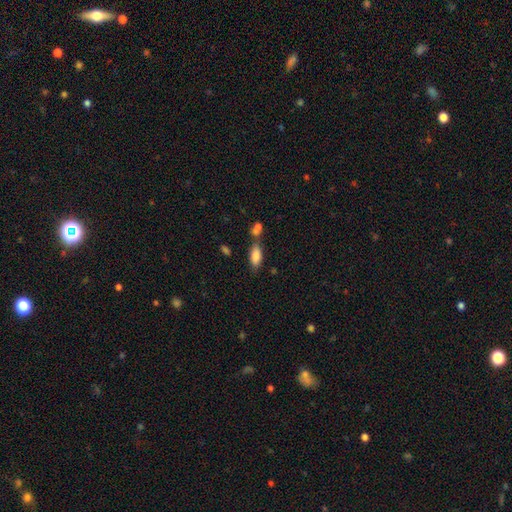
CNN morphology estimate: type=smooth (84%); roundness=in between (83%); merging=none (58%).